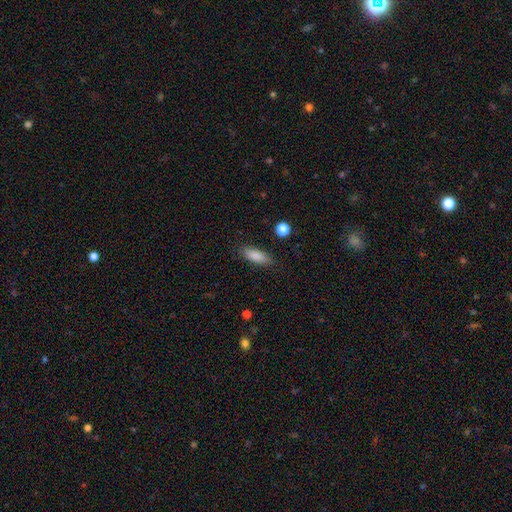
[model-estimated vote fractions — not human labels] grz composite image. It shows a smooth galaxy with no disk features (86%) that is in between round and cigar-shaped (65%). Merging: none (84%).